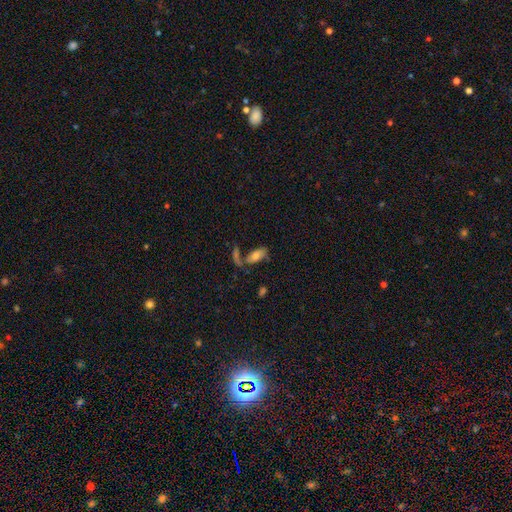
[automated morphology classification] A smooth galaxy with no disk features (62%) that is in between round and cigar-shaped (81%). Merging: none (41%).